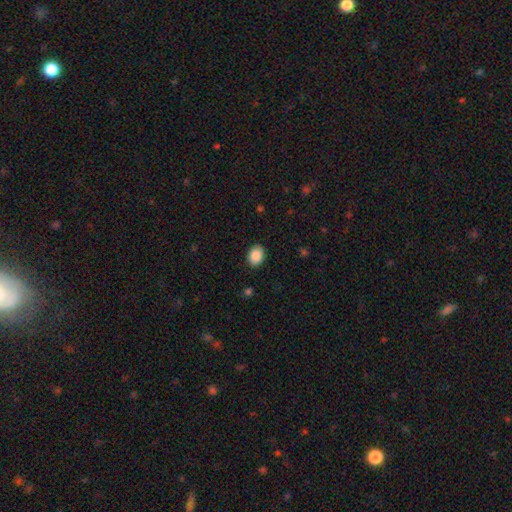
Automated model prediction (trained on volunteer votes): Q: Smooth or featured?
A: smooth (89%); runner-up: star or artifact (7%)
Q: How rounded?
A: in between (68%); runner-up: round (31%)
Q: Merging?
A: none (88%); runner-up: minor disturbance (8%)